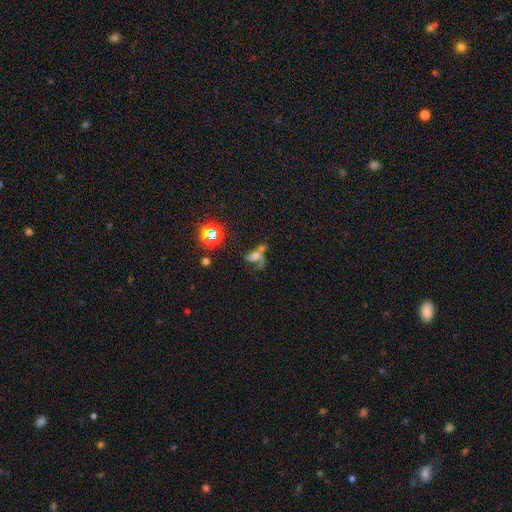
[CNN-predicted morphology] A featured or disk galaxy (48%).

Vote fractions:
- Smooth or featured? featured or disk: 48% / smooth: 27% / star or artifact: 25%
- Merging? merger: 42% / major disturbance: 25% / none: 22% / minor disturbance: 11%